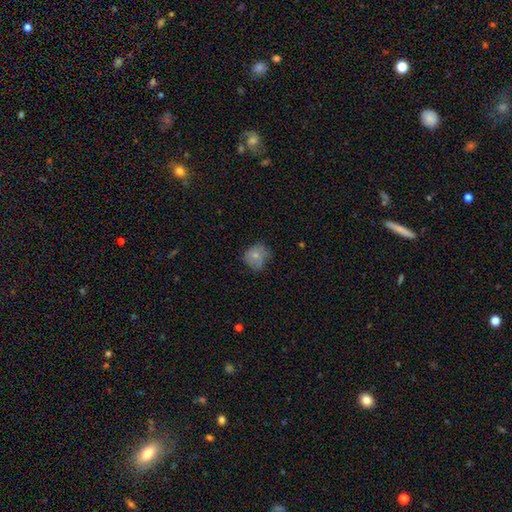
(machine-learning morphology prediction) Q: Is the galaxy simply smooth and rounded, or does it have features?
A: smooth — 72%.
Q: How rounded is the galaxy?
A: round — 73%.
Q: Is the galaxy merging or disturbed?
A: none — 53%.